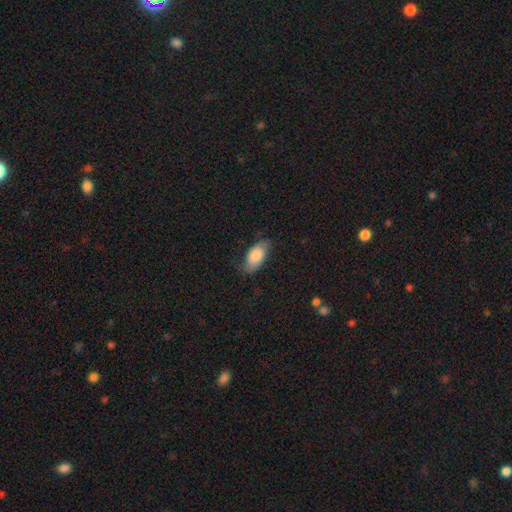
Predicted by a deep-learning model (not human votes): Smooth or featured? Predicted: smooth (p=0.77). How rounded? Predicted: in between (p=0.92). Merging? Predicted: none (p=0.66).